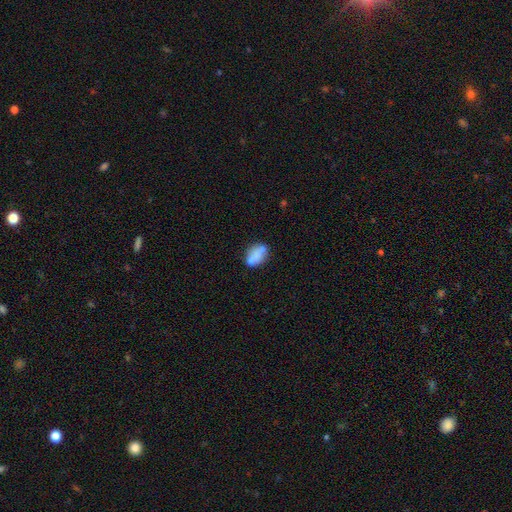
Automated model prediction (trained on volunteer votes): A smooth galaxy with no disk features (72%) that is in between round and cigar-shaped (82%).

Vote fractions:
- Smooth or featured? smooth: 72% / featured or disk: 20% / star or artifact: 9%
- How rounded? in between: 82% / round: 15% / cigar-shaped: 3%
- Merging? none: 52% / minor disturbance: 21% / merger: 20% / major disturbance: 8%